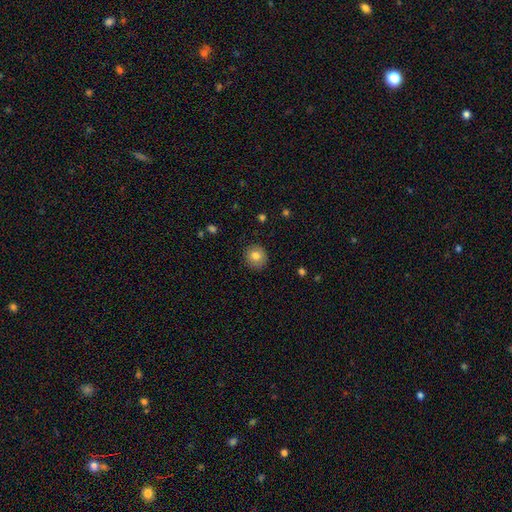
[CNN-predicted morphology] The model was most divided on "smooth or featured": smooth: 80%, featured or disk: 11%, star or artifact: 9%. More confident: how rounded — round (88%); merging — none (87%).